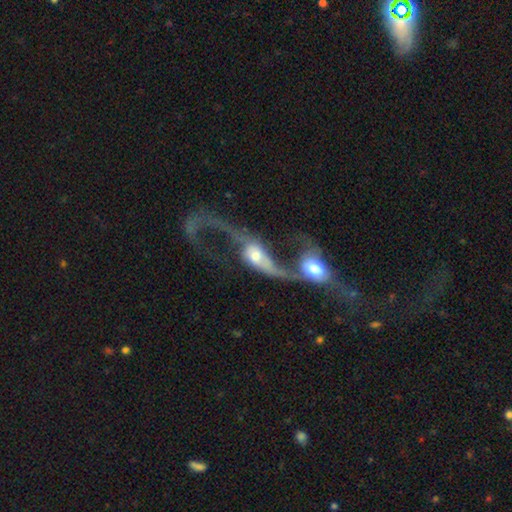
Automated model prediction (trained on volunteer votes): A featured or disk galaxy (70%) with no bar (59%), spiral arms (75%) and a moderate central bulge (52%).

Vote fractions:
- Smooth or featured? featured or disk: 70% / smooth: 23% / star or artifact: 8%
- Edge-on disk? no: 91% / yes: 9%
- Bar? no: 59% / weak: 28% / strong: 13%
- Spiral arms? yes: 75% / no: 25%
- Bulge size? moderate: 52% / large: 20% / small: 20% / none: 4% / dominant: 4%
- Merging? merger: 76% / major disturbance: 14% / none: 6% / minor disturbance: 4%